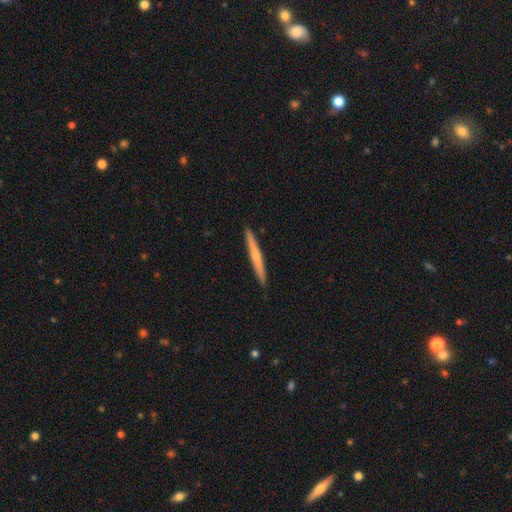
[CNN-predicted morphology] Smooth or featured? Predicted: featured or disk (p=0.48). Merging? Predicted: none (p=0.92).